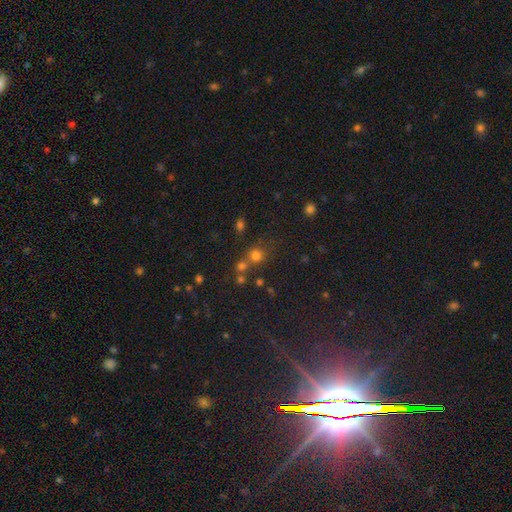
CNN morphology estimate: Q: Smooth or featured?
A: smooth (64%); runner-up: star or artifact (27%)
Q: How rounded?
A: round (84%); runner-up: in between (15%)
Q: Merging?
A: none (58%); runner-up: merger (27%)